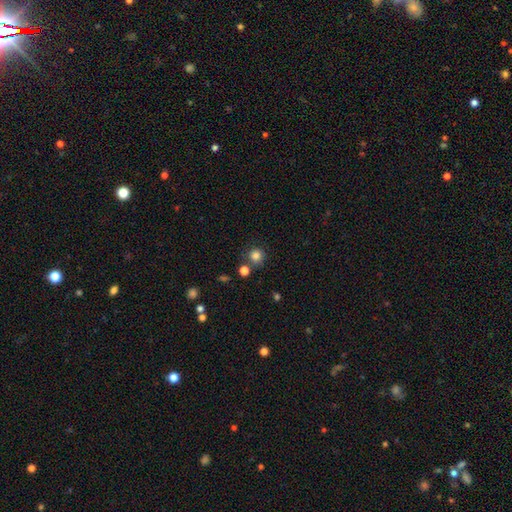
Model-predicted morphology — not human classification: type=smooth (82%); roundness=round (93%); merging=none (77%).